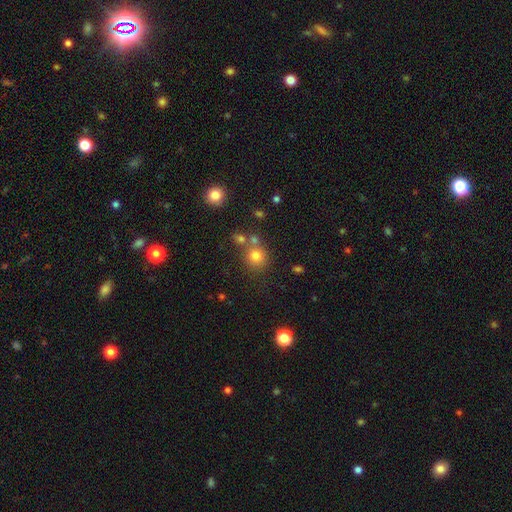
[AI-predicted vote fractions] Smooth or featured: smooth — 75% (star or artifact — 16%)
How rounded: round — 88% (in between — 11%)
Merging: none — 65% (merger — 22%)